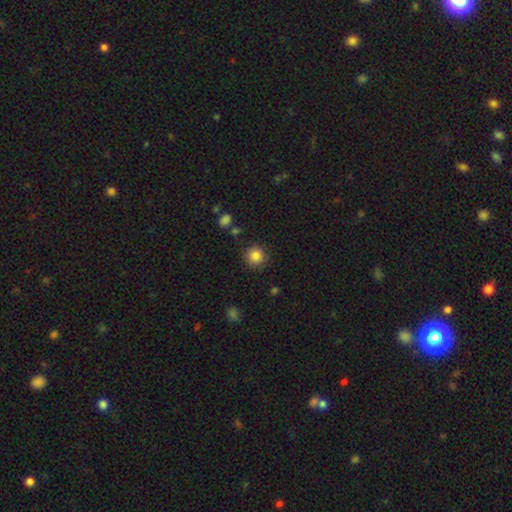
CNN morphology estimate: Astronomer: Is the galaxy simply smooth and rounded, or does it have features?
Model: smooth — 85%.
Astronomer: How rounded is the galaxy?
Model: round — 93%.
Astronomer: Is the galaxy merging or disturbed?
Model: none — 87%.